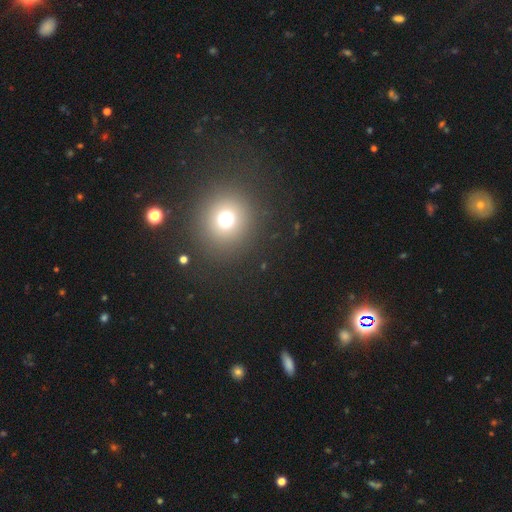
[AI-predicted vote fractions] Smooth or featured?
  - smooth: 60% *
  - star or artifact: 32%
  - featured or disk: 8%
How rounded?
  - round: 90% *
  - in between: 9%
  - cigar-shaped: 1%
Merging?
  - none: 89% *
  - minor disturbance: 6%
  - major disturbance: 3%
  - merger: 2%